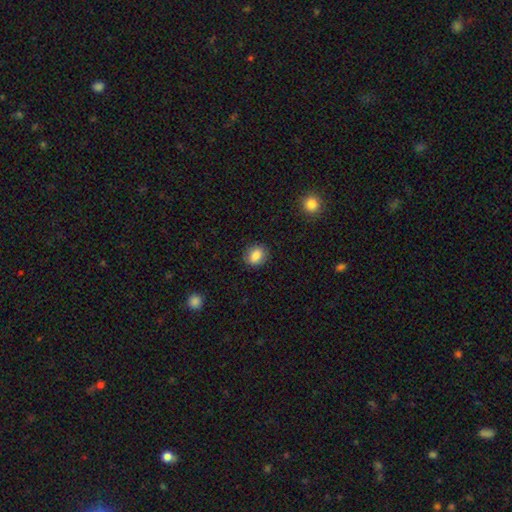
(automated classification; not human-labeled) Smooth or featured? smooth (85%)
How rounded? in between (52%)
Merging? none (86%)